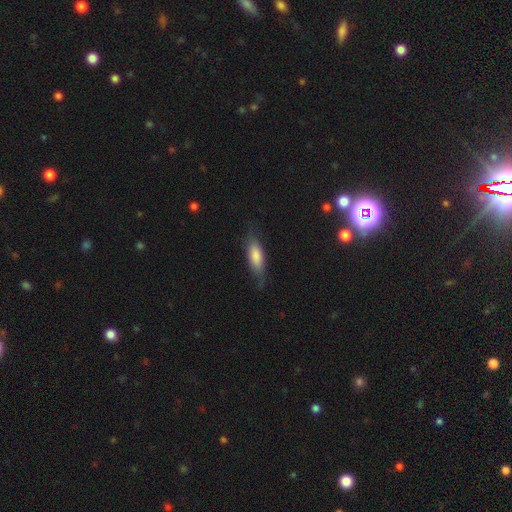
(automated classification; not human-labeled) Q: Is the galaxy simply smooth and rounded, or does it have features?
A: smooth — 70%.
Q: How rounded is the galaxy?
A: in between — 55%.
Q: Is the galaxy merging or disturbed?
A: none — 71%.